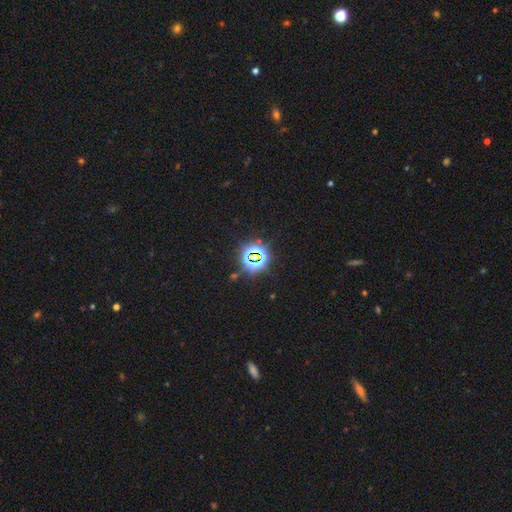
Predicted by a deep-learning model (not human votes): smooth-or-featured: star or artifact: 76% | smooth: 15% | featured or disk: 9%